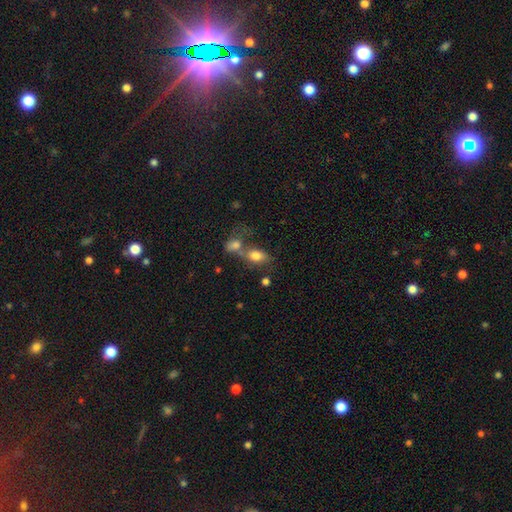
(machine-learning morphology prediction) This is likely a smooth galaxy (78%). How rounded: clearly in between (84%). Merging: possibly merger (47%).